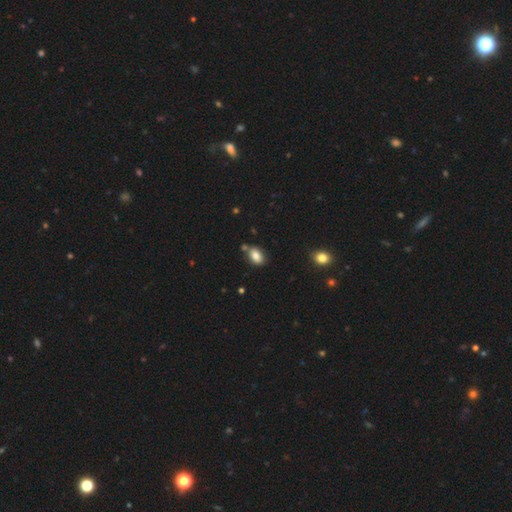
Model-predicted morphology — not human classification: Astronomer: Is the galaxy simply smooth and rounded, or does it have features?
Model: smooth — 83%.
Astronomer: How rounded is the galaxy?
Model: in between — 86%.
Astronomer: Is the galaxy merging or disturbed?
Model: none — 70%.